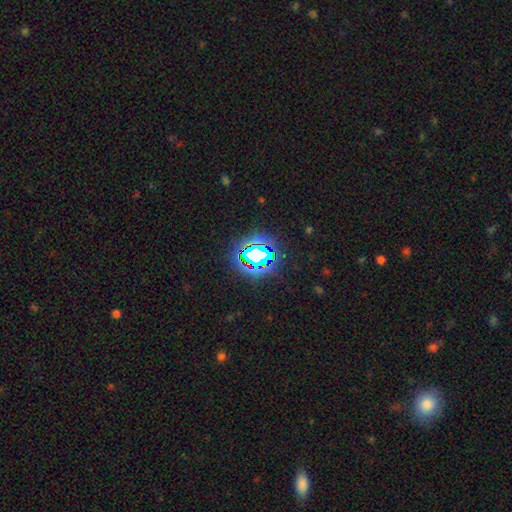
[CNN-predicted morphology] A star or artifact, not a galaxy (66%).

Vote fractions:
- Smooth or featured? star or artifact: 66% / smooth: 21% / featured or disk: 13%